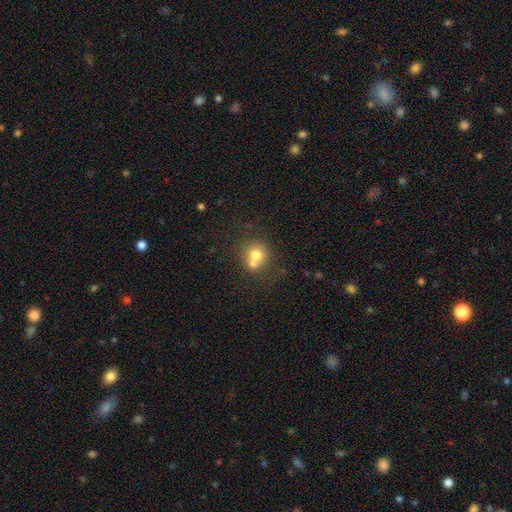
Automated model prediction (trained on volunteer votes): smooth-or-featured: smooth: 70% | featured or disk: 18% | star or artifact: 11%
  how-rounded: round: 83% | in between: 17% | cigar-shaped: 1%
  merging: merger: 46% | none: 42% | minor disturbance: 9% | major disturbance: 3%